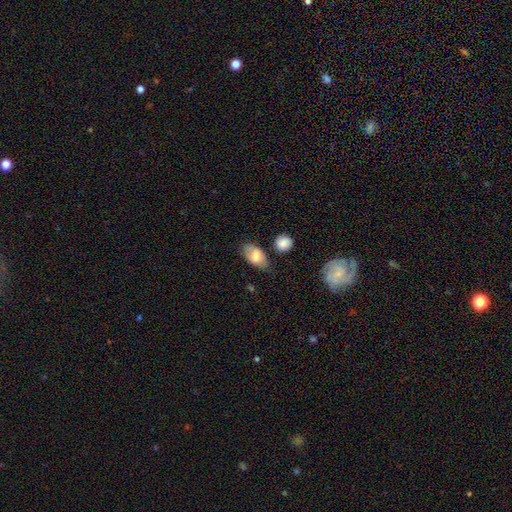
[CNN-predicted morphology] The model was most divided on "smooth or featured": smooth: 67%, featured or disk: 26%, star or artifact: 7%. More confident: how rounded — in between (90%); merging — none (70%).